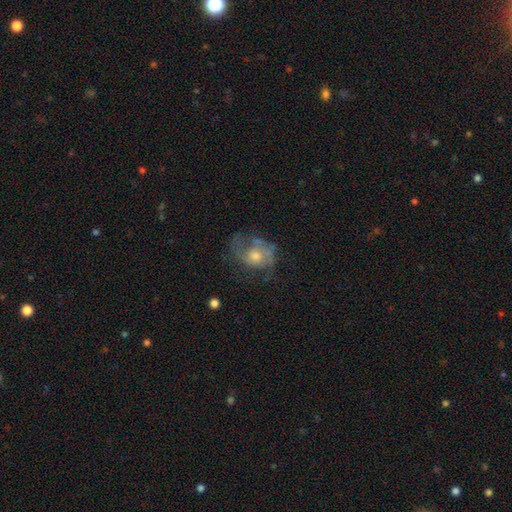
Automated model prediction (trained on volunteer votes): This appears to be a featured or disk galaxy (63%) with no bar (80%), spiral arms (67%) and a moderate central bulge (56%). Merging: none (47%).